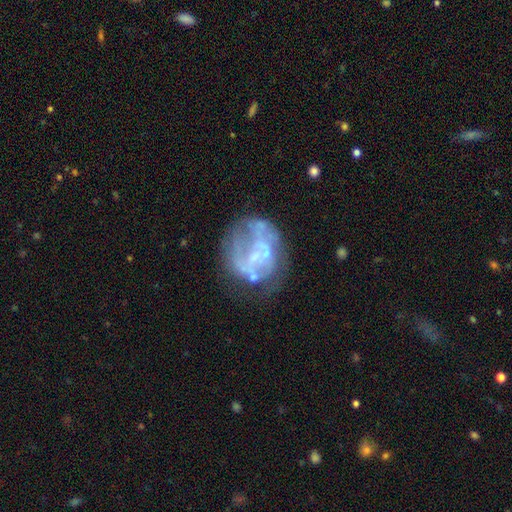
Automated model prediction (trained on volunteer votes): Smooth or featured?
  - featured or disk: 69% *
  - smooth: 20%
  - star or artifact: 11%
Edge-on disk?
  - no: 98% *
  - yes: 2%
Bar?
  - no: 70% *
  - weak: 22%
  - strong: 8%
Spiral arms?
  - no: 64% *
  - yes: 36%
Bulge size?
  - none: 42% *
  - small: 41%
  - moderate: 14%
  - large: 2%
  - dominant: 1%
Merging?
  - none: 50% *
  - major disturbance: 23%
  - minor disturbance: 21%
  - merger: 7%